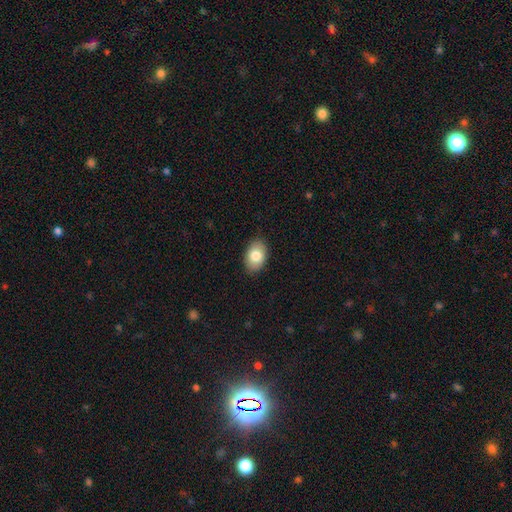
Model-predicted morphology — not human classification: Overall: smooth (82%). How rounded: in between (88%). Merging: none (89%).